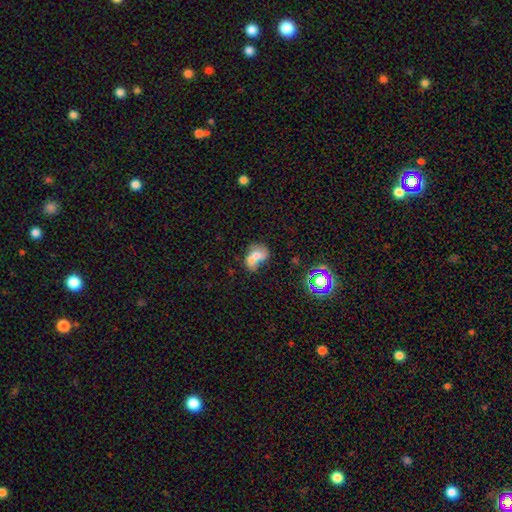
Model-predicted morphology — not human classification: smooth 59%, featured or disk 29%, star or artifact 12%. Down the decision tree: how rounded — in between (62%); merging — merger (70%).